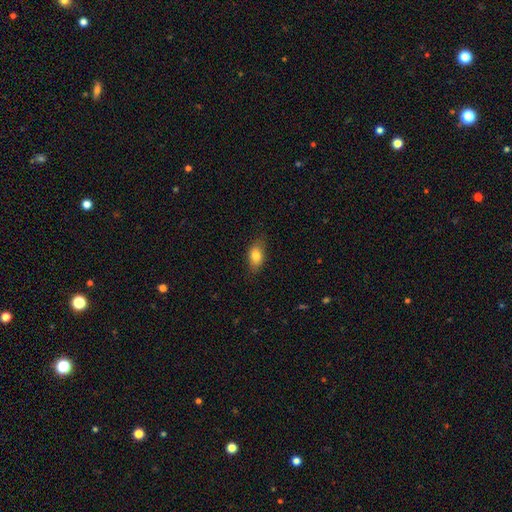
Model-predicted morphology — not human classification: smooth 82%, featured or disk 10%, star or artifact 8%. Down the decision tree: how rounded — in between (86%); merging — none (80%).